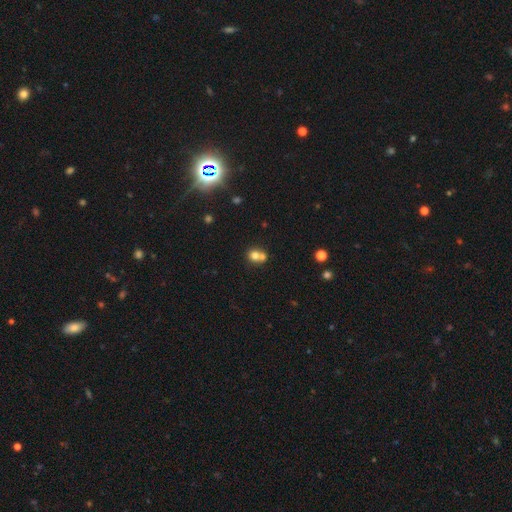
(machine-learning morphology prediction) smooth 74%, featured or disk 14%, star or artifact 13%. Down the decision tree: how rounded — round (79%); merging — merger (54%).